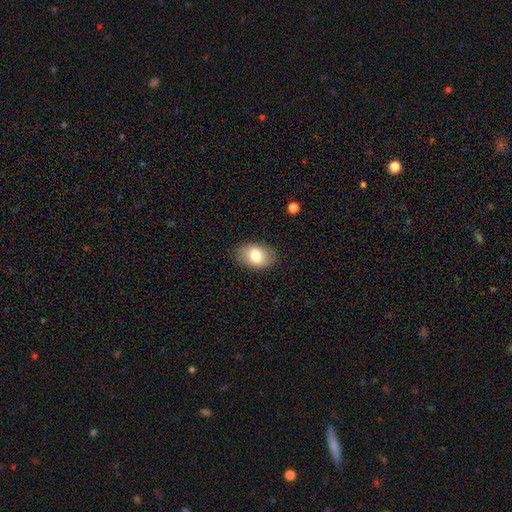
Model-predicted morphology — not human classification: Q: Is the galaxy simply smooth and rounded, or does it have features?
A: smooth — 78%.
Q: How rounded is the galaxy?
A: in between — 86%.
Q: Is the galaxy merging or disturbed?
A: none — 87%.